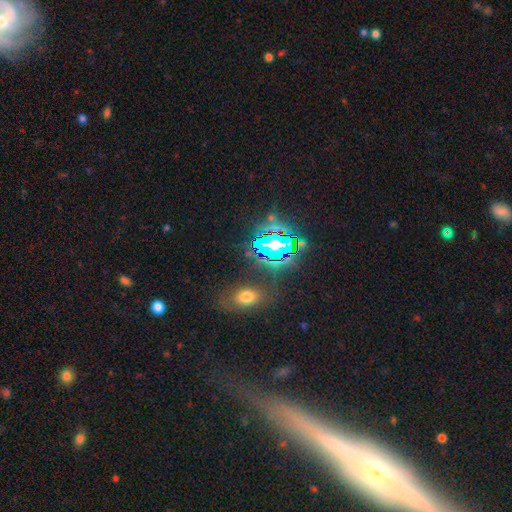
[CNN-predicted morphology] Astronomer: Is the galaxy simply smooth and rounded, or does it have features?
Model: star or artifact — 57%.